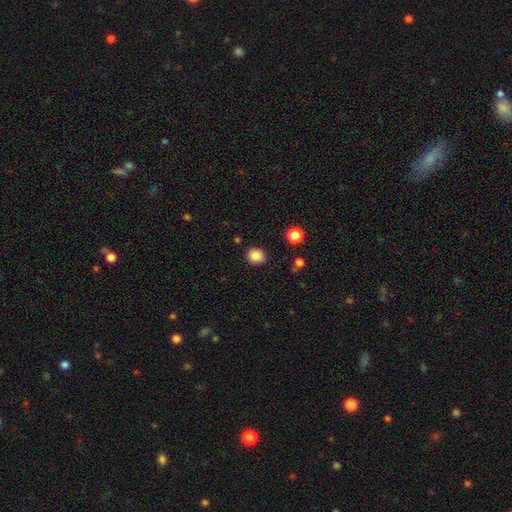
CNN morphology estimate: This appears to be a smooth galaxy with no disk features (86%) that is round (70%). Merging: none (86%).